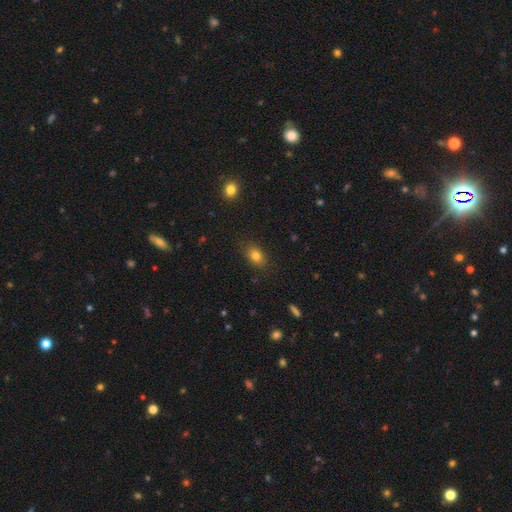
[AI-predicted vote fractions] smooth 81%, star or artifact 11%, featured or disk 8%. Down the decision tree: how rounded — in between (75%); merging — none (85%).